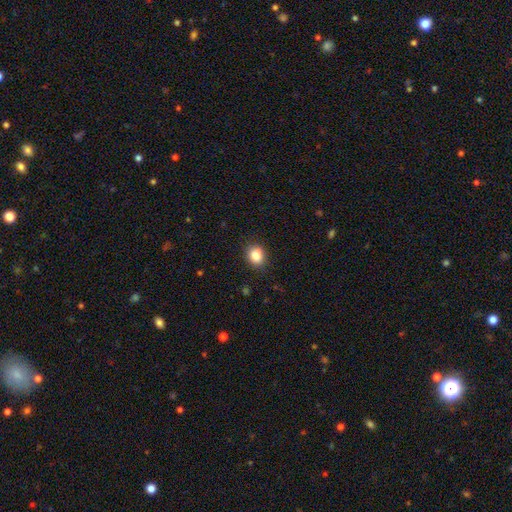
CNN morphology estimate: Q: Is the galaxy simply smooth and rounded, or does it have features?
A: smooth — 85%.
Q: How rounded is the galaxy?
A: round — 62%.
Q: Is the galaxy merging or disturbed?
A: none — 89%.